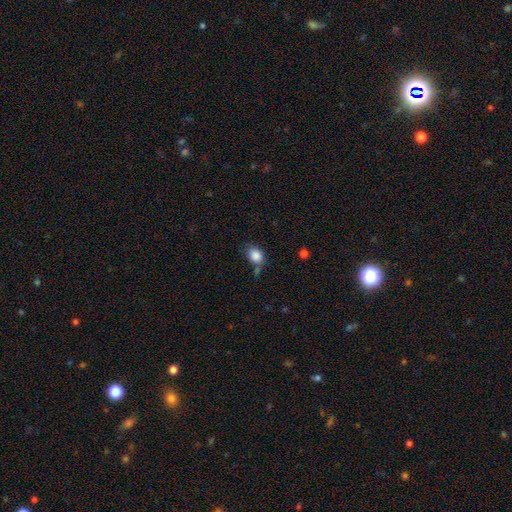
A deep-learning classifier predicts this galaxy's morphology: A smooth galaxy with no disk features (86%) that is in between round and cigar-shaped (63%). Merging: none (59%).